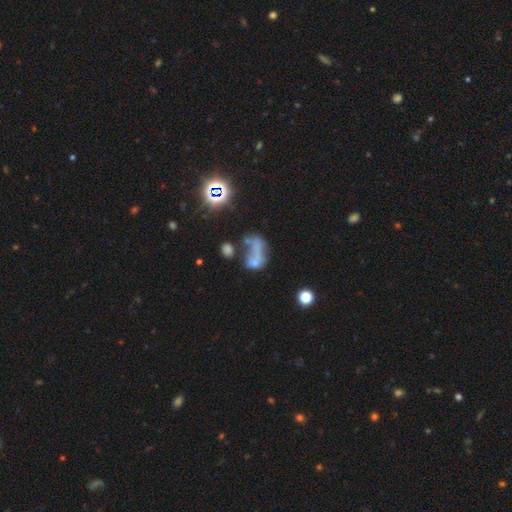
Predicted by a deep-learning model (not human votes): A smooth galaxy with no disk features (41%). Merging: merger (41%).